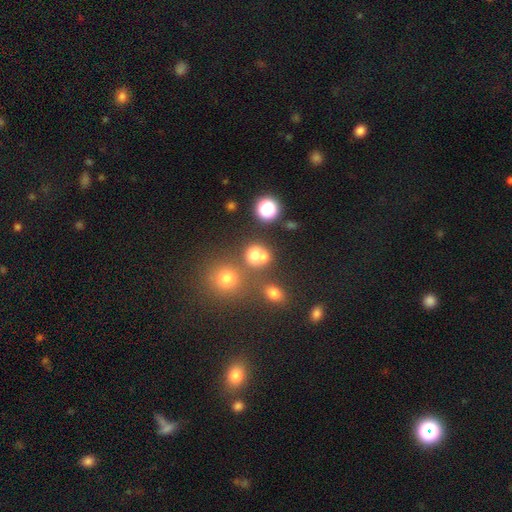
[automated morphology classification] Overall: smooth (69%). How rounded: round (78%). Merging: none (52%; merger 32%).